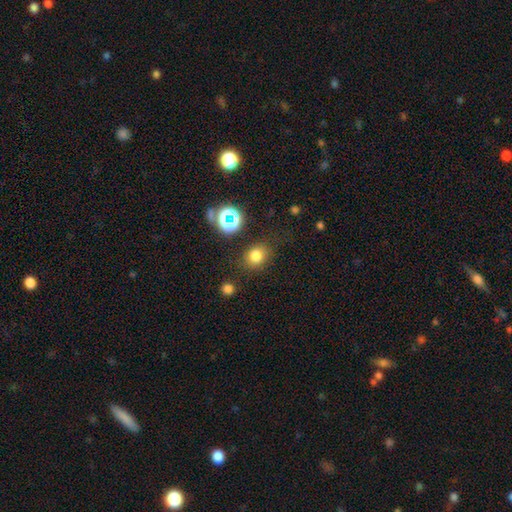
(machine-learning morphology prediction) A smooth galaxy with no disk features (76%) that is round (61%). Merging: none (80%).